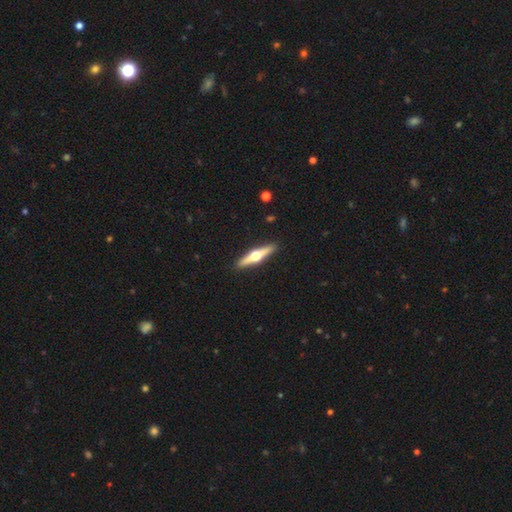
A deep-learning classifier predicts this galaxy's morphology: A featured or disk galaxy (70%) viewed edge-on (97%) with a rounded central bulge (96%).

Vote fractions:
- Smooth or featured? featured or disk: 70% / smooth: 26% / star or artifact: 5%
- Edge-on disk? yes: 97% / no: 3%
- Edge-on bulge? rounded: 96% / boxy: 2% / none: 2%
- Merging? none: 92% / minor disturbance: 6% / major disturbance: 1% / merger: 1%